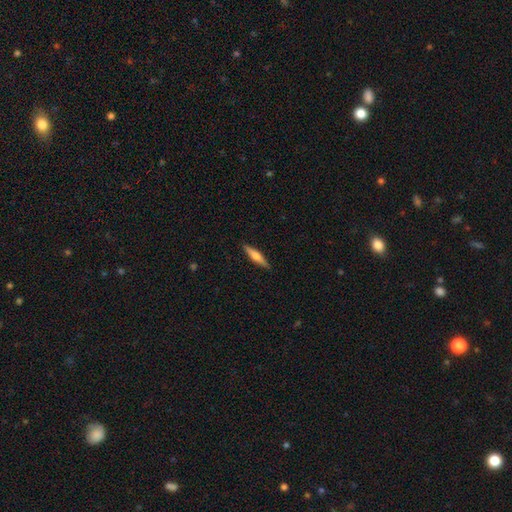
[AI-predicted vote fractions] Morphology: type=featured or disk (51%); edge-on=yes (96%); merging=none (90%).